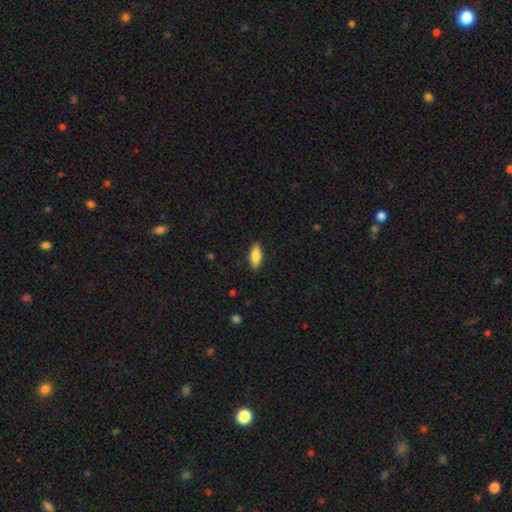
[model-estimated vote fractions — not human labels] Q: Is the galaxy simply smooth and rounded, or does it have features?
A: smooth — 81%.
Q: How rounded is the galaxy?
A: in between — 74%.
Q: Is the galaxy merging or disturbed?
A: none — 88%.